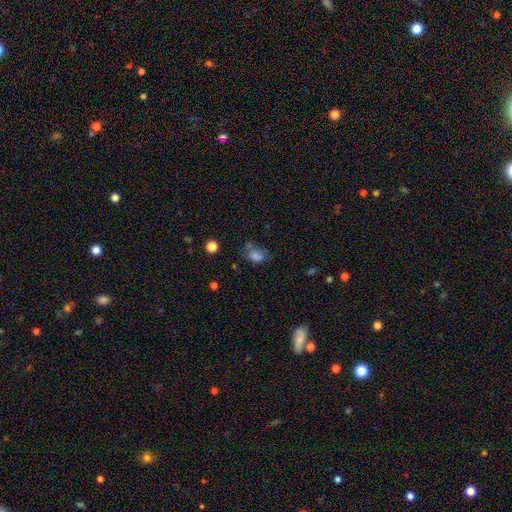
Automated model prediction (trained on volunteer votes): Overall: smooth (77%). How rounded: in between (71%). Merging: none (47%; minor disturbance 28%).